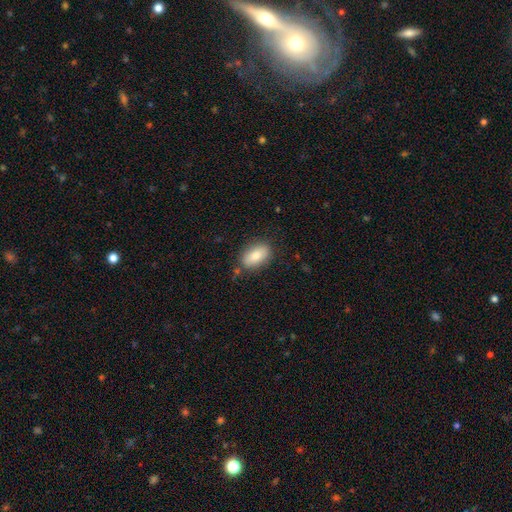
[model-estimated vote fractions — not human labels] A smooth galaxy with no disk features (78%) that is in between round and cigar-shaped (89%). Merging: none (82%).